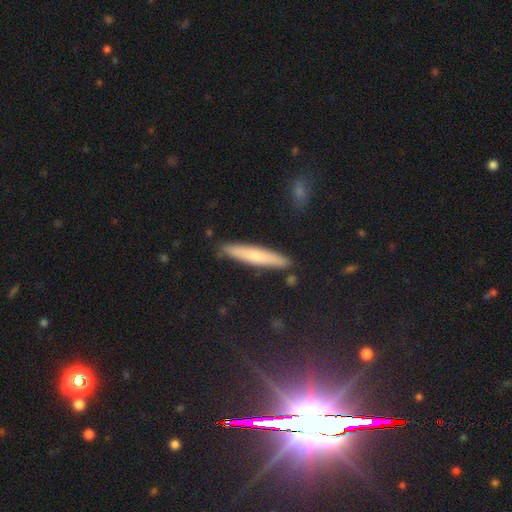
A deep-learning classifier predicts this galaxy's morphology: Overall: smooth (65%; featured or disk 28%). How rounded: cigar-shaped (93%). Merging: none (88%).